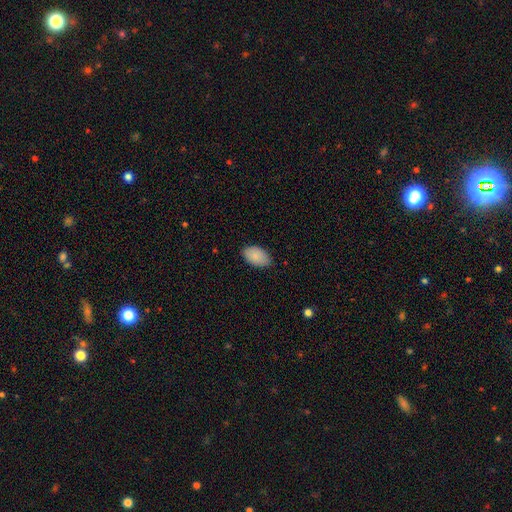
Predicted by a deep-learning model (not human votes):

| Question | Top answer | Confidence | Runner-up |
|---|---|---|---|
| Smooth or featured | smooth | 88% | star or artifact (6%) |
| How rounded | in between | 93% | round (5%) |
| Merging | none | 82% | minor disturbance (14%) |